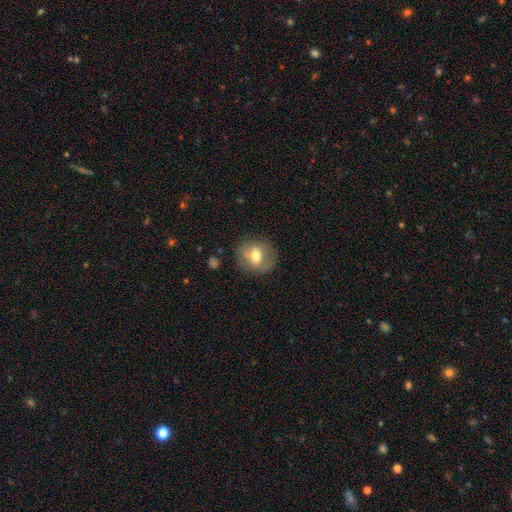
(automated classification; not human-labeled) Smooth or featured?
  - smooth: 57% *
  - featured or disk: 34%
  - star or artifact: 8%
How rounded?
  - round: 70% *
  - in between: 28%
  - cigar-shaped: 1%
Merging?
  - none: 75% *
  - minor disturbance: 16%
  - major disturbance: 6%
  - merger: 2%